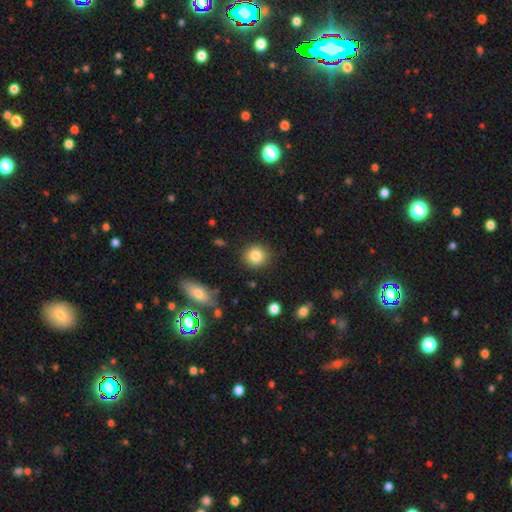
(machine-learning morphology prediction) type=smooth (84%); roundness=round (88%); merging=none (88%).